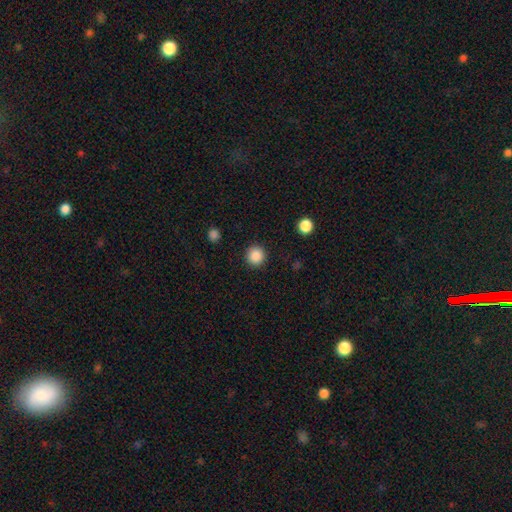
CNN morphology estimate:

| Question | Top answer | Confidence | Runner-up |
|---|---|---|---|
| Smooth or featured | smooth | 87% | star or artifact (10%) |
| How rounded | round | 95% | in between (4%) |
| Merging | none | 92% | minor disturbance (5%) |